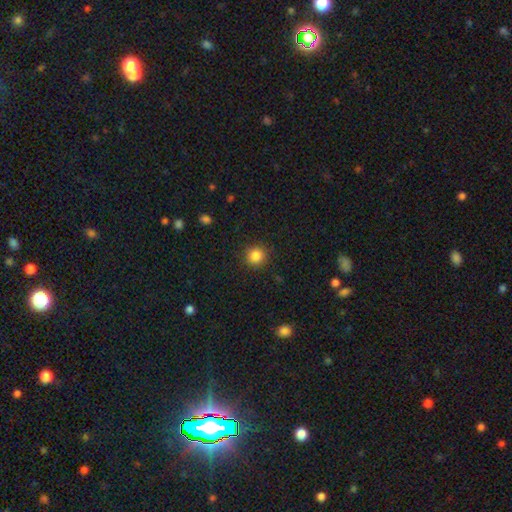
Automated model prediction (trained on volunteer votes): smooth-or-featured: smooth: 85% | star or artifact: 11% | featured or disk: 4%
  how-rounded: round: 93% | in between: 6% | cigar-shaped: 1%
  merging: none: 91% | minor disturbance: 6% | major disturbance: 2% | merger: 1%